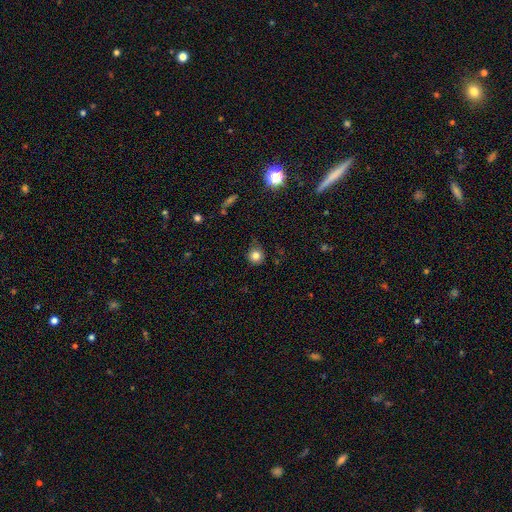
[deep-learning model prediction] A smooth galaxy with no disk features (80%) that is round (92%).

Vote fractions:
- Smooth or featured? smooth: 80% / star or artifact: 13% / featured or disk: 6%
- How rounded? round: 92% / in between: 7% / cigar-shaped: 1%
- Merging? none: 80% / minor disturbance: 15% / major disturbance: 3% / merger: 2%